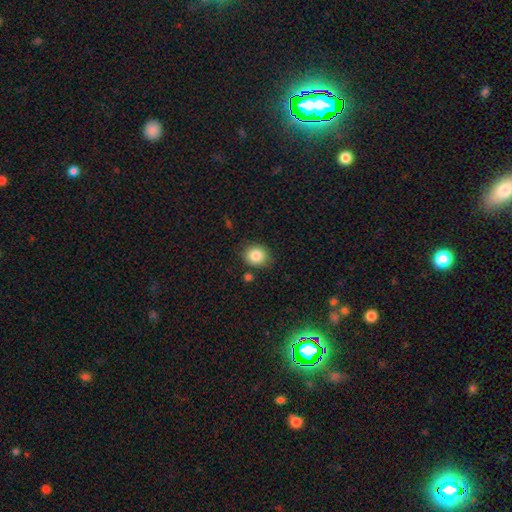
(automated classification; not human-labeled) This is clearly a smooth galaxy (86%). How rounded: likely round (74%). Merging: clearly none (83%).